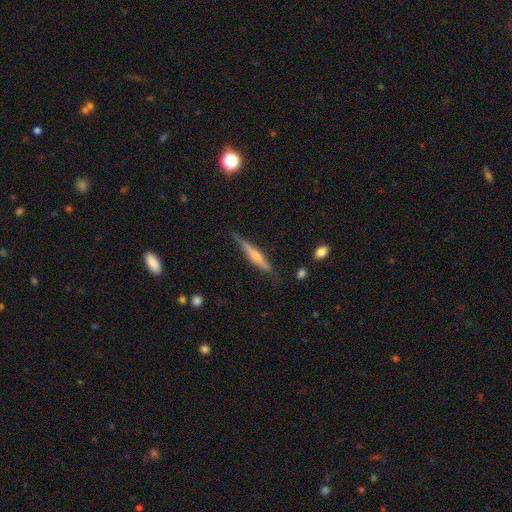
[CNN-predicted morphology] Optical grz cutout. It shows a featured or disk galaxy (63%) viewed edge-on (96%) with a rounded central bulge (73%). Merging: none (79%).